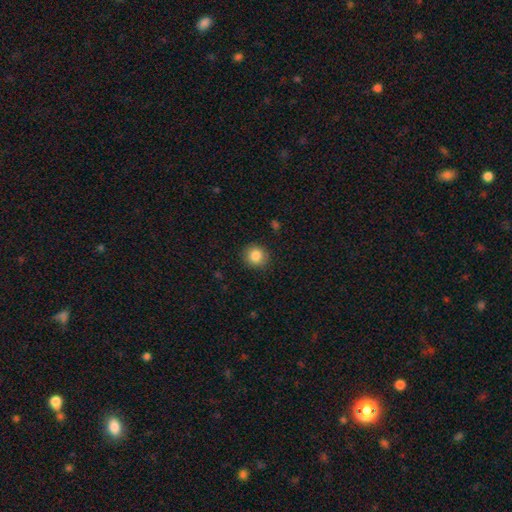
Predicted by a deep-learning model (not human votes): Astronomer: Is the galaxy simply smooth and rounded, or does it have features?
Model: smooth — 85%.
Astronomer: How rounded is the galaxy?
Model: round — 88%.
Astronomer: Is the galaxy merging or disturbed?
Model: none — 90%.